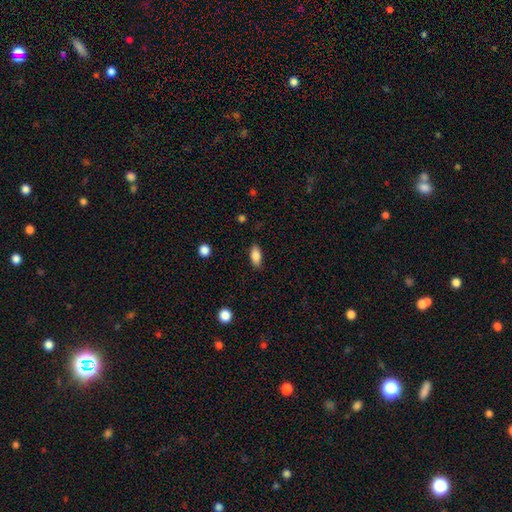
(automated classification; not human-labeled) Smooth or featured: smooth — 86% (star or artifact — 8%)
How rounded: in between — 87% (cigar-shaped — 9%)
Merging: none — 84% (minor disturbance — 12%)